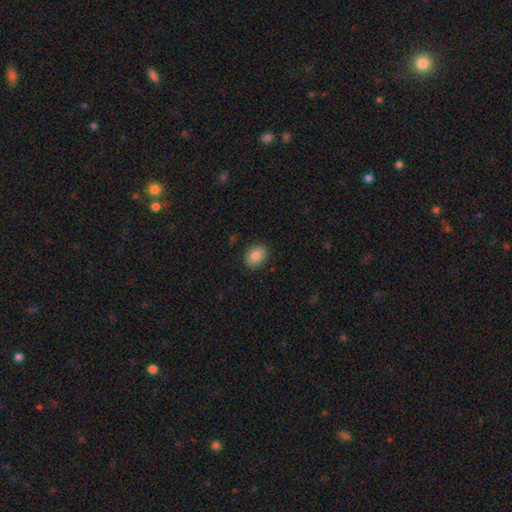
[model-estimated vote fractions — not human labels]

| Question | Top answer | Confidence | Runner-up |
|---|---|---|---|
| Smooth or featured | smooth | 84% | star or artifact (8%) |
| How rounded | in between | 58% | round (41%) |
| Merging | none | 88% | minor disturbance (9%) |